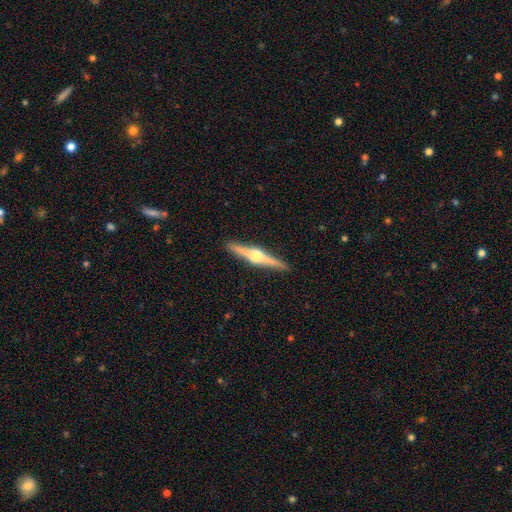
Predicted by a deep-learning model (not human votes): smooth_or_featured: featured or disk (p=0.81) [alt: smooth p=0.14]
disk_edge_on: yes (p=0.98) [alt: no p=0.02]
edge_on_bulge: rounded (p=0.96) [alt: boxy p=0.03]
merging: none (p=0.93) [alt: minor disturbance p=0.05]